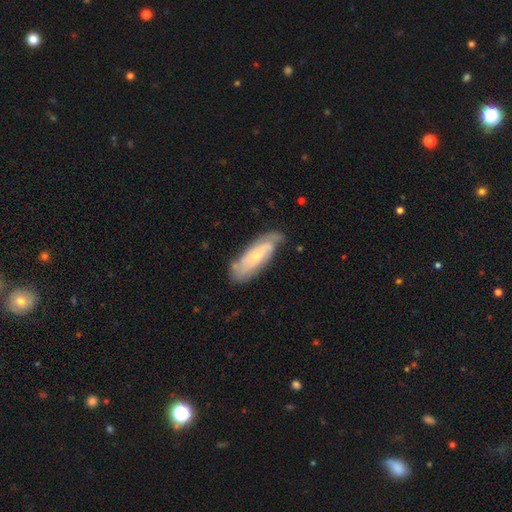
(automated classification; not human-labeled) Morphology: type=featured or disk (62%); edge-on=no (82%); bar=no (65%); spiral arms=yes (84%); bulge=small (73%); merging=none (69%).